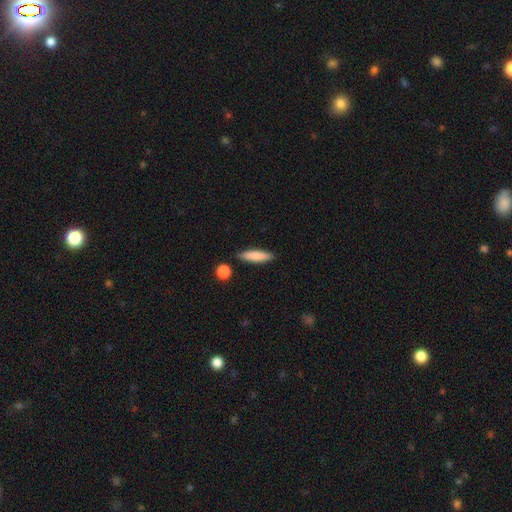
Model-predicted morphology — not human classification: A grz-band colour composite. It shows a smooth galaxy with no disk features (82%) that is cigar-shaped (76%). Merging: none (86%).